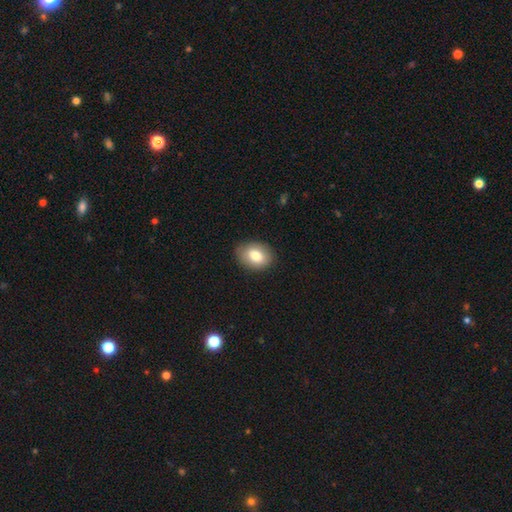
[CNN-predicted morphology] Smooth or featured? smooth (80%)
How rounded? in between (74%)
Merging? none (86%)